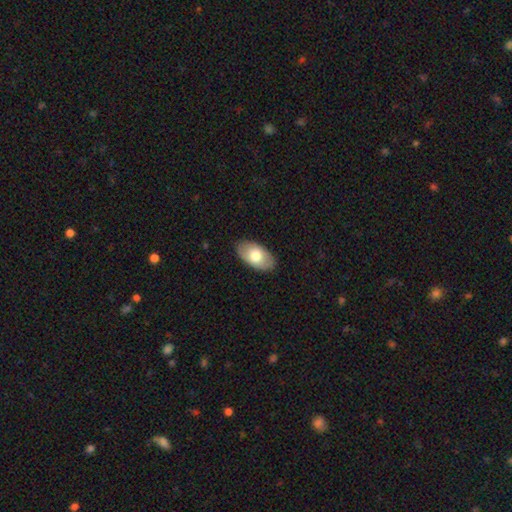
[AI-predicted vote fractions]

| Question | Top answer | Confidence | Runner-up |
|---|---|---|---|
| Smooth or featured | smooth | 71% | featured or disk (24%) |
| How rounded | in between | 94% | round (4%) |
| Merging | none | 86% | minor disturbance (11%) |